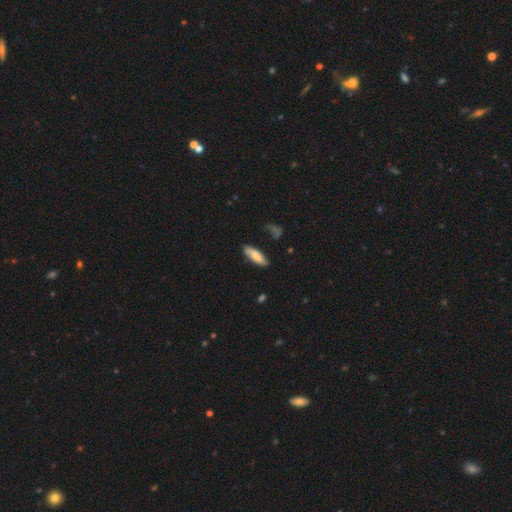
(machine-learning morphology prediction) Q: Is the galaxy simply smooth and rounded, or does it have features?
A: smooth — 73%.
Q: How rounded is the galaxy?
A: in between — 54%.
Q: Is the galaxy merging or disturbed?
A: none — 75%.